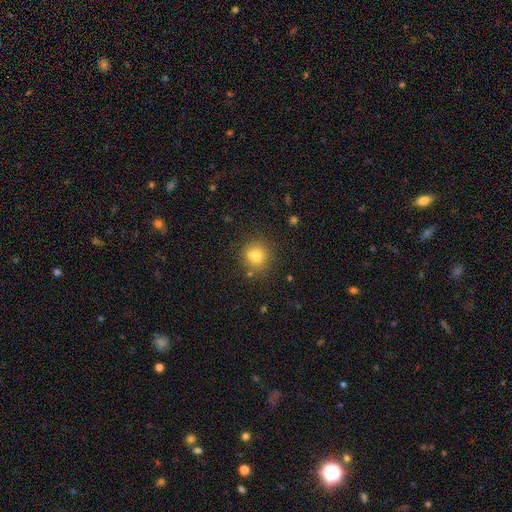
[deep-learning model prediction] Q: Smooth or featured?
A: smooth (77%); runner-up: star or artifact (13%)
Q: How rounded?
A: round (84%); runner-up: in between (15%)
Q: Merging?
A: none (73%); runner-up: minor disturbance (13%)